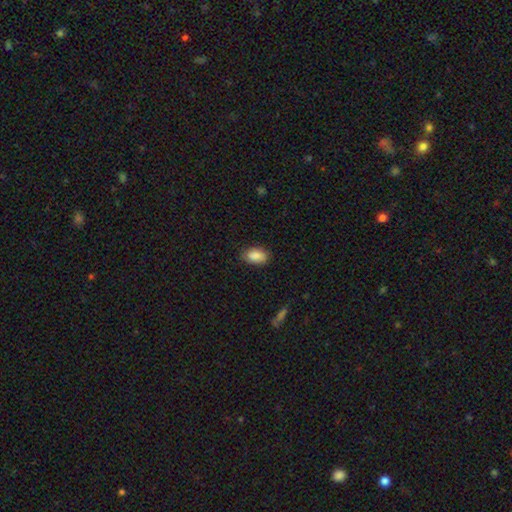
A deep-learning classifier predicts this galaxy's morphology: Q: Smooth or featured?
A: smooth (86%); runner-up: featured or disk (7%)
Q: How rounded?
A: in between (90%); runner-up: round (8%)
Q: Merging?
A: none (81%); runner-up: minor disturbance (15%)